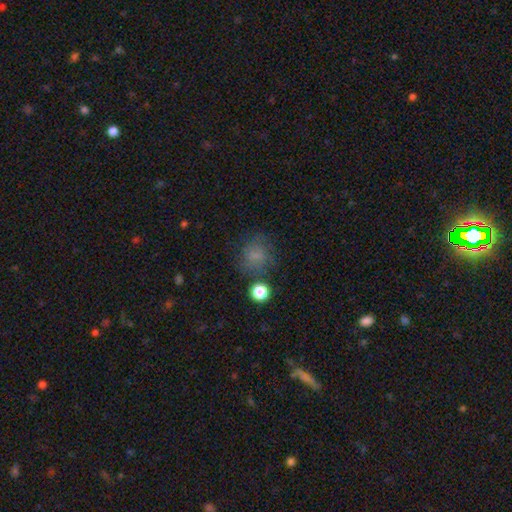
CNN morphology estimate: Smooth or featured? smooth (74%)
How rounded? round (81%)
Merging? none (68%)